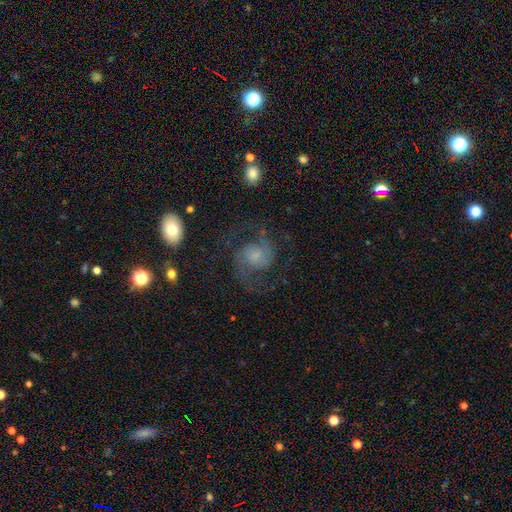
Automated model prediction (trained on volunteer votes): smooth_or_featured: featured or disk (p=0.81) [alt: smooth p=0.12]
disk_edge_on: no (p=0.98) [alt: yes p=0.02]
bar: no (p=0.60) [alt: weak p=0.33]
has_spiral_arms: yes (p=0.96) [alt: no p=0.04]
spiral_winding: medium (p=0.56) [alt: loose p=0.30]
spiral_arm_count: 2 (p=0.92) [alt: can't tell p=0.03]
bulge_size: small (p=0.36) [alt: moderate p=0.32]
merging: none (p=0.69) [alt: major disturbance p=0.15]